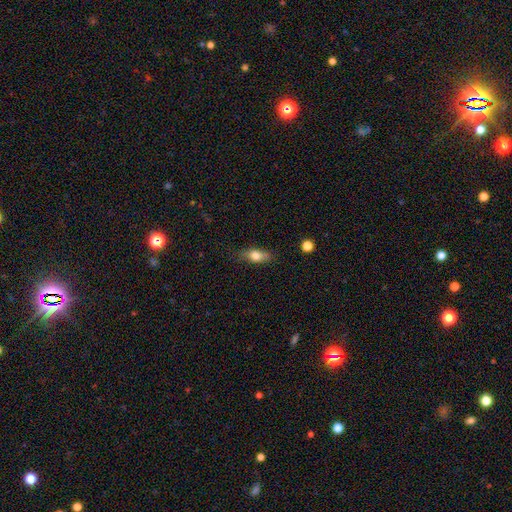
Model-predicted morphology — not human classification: This is likely a smooth galaxy (73%). How rounded: likely in between (74%). Merging: likely none (78%).